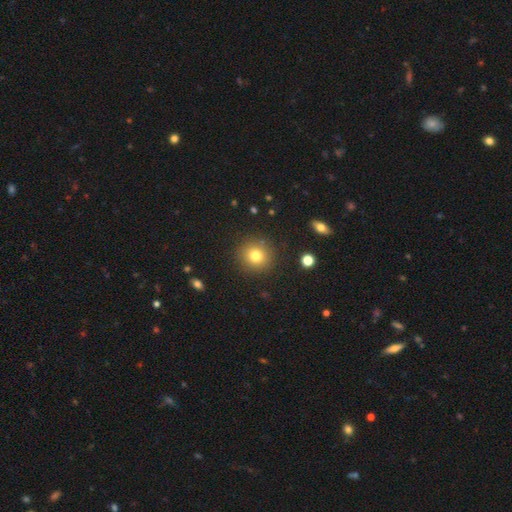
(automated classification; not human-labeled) This appears to be a smooth galaxy with no disk features (78%) that is round (90%). Merging: none (88%).